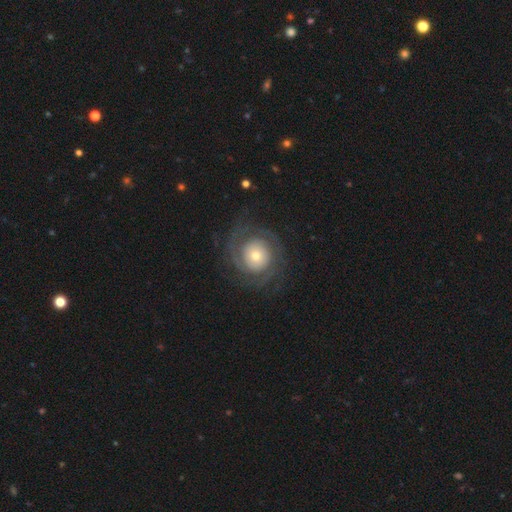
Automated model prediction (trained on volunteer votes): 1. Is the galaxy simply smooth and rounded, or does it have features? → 78% featured or disk, 16% smooth, 6% star or artifact.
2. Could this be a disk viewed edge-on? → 98% no, 2% yes.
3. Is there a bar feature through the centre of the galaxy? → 81% no, 15% weak, 4% strong.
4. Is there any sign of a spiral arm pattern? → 92% yes, 8% no.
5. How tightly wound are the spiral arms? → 63% tight, 28% medium, 9% loose.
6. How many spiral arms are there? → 48% 2, 21% can't tell, 14% 3, 6% 4, 6% 1, 5% more than 4.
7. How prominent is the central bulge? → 46% moderate, 34% small, 16% large, 3% dominant, 1% none.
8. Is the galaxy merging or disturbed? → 77% none, 13% minor disturbance, 10% major disturbance, 1% merger.